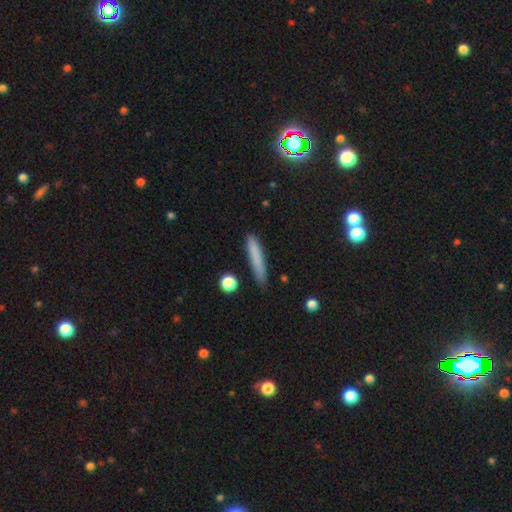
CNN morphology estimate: Smooth or featured: smooth — 77% (featured or disk — 15%)
How rounded: cigar-shaped — 92% (in between — 6%)
Merging: none — 80% (minor disturbance — 15%)